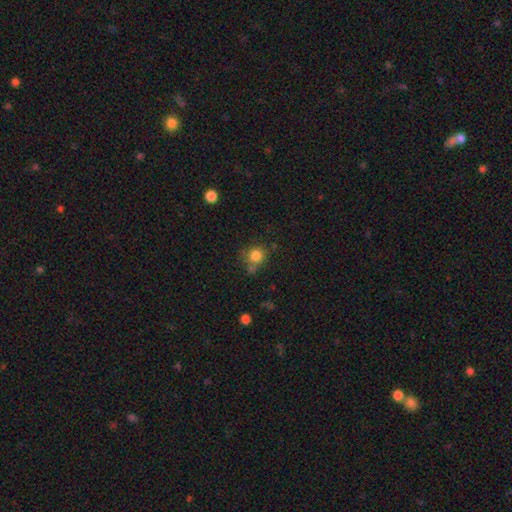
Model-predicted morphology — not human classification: This is clearly a smooth galaxy (82%). How rounded: clearly round (87%). Merging: likely none (64%).